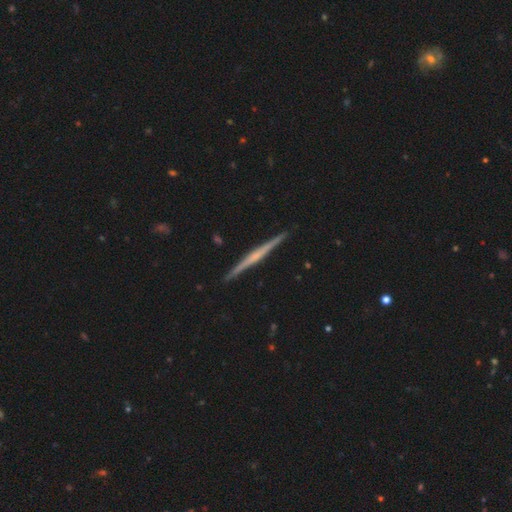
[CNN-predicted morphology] featured or disk 76%, smooth 19%, star or artifact 5%. Down the decision tree: edge-on disk — yes (99%); edge-on bulge — none (44%); merging — none (92%).